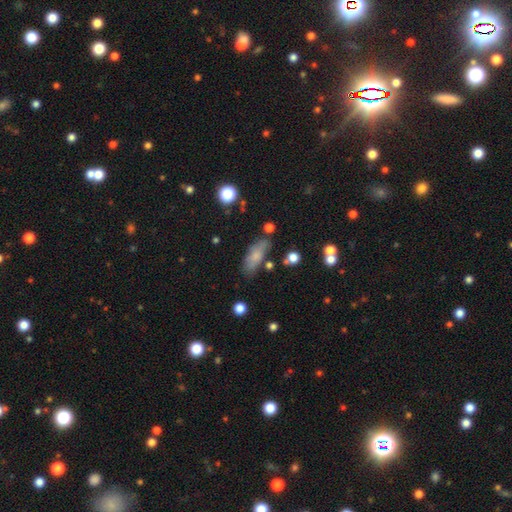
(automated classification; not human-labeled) Overall: smooth (74%). How rounded: in between (72%). Merging: none (68%).